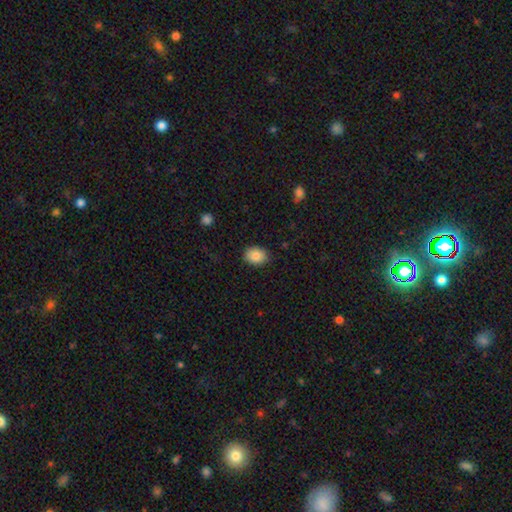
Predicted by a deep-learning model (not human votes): Smooth or featured?
  - smooth: 86% *
  - star or artifact: 8%
  - featured or disk: 7%
How rounded?
  - in between: 65% *
  - round: 34%
  - cigar-shaped: 1%
Merging?
  - none: 86% *
  - minor disturbance: 11%
  - major disturbance: 2%
  - merger: 1%